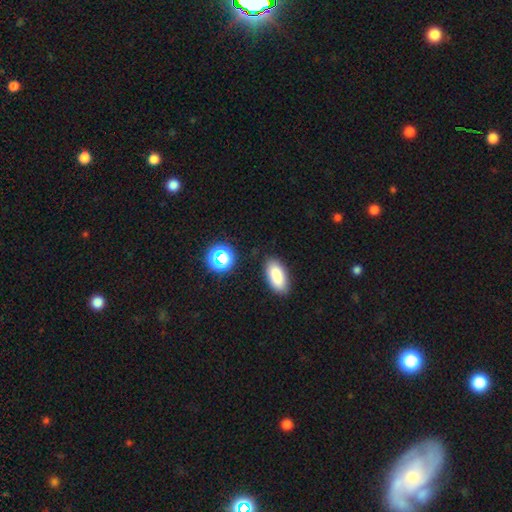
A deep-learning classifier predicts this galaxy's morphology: Smooth or featured? smooth (58%)
How rounded? in between (76%)
Merging? none (84%)